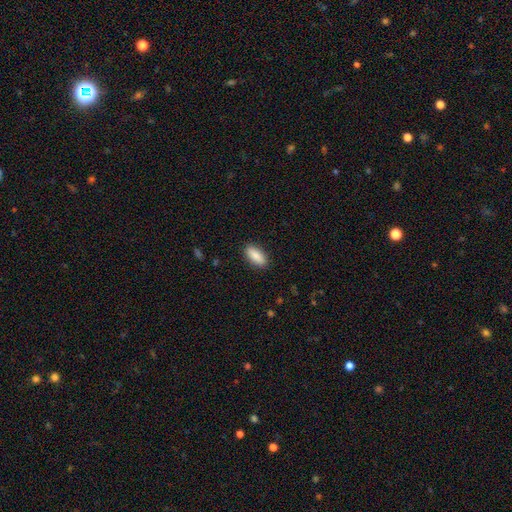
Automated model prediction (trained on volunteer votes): A smooth galaxy with no disk features (88%) that is in between round and cigar-shaped (83%).

Vote fractions:
- Smooth or featured? smooth: 88% / star or artifact: 6% / featured or disk: 6%
- How rounded? in between: 83% / cigar-shaped: 15% / round: 2%
- Merging? none: 89% / minor disturbance: 8% / major disturbance: 2% / merger: 1%